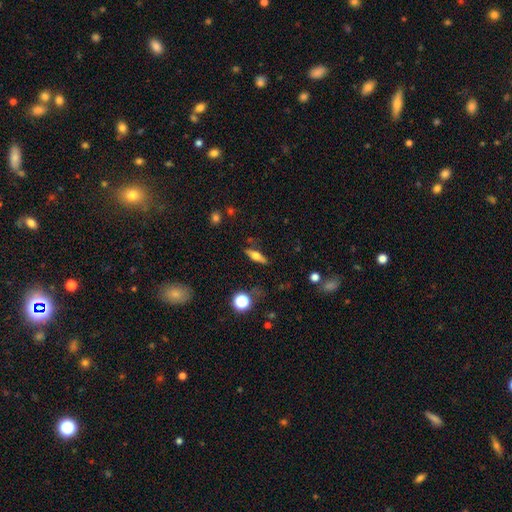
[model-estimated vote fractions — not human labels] This is possibly a featured or disk galaxy (50%). Merging: clearly none (83%).